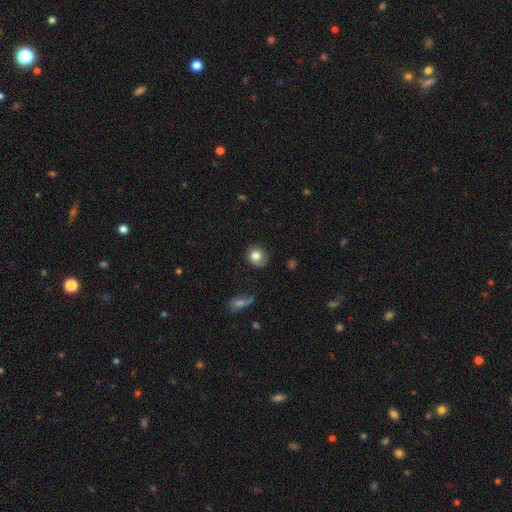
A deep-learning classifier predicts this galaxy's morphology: smooth_or_featured: smooth (p=0.80) [alt: featured or disk p=0.11]
how_rounded: round (p=0.78) [alt: in between p=0.21]
merging: none (p=0.77) [alt: minor disturbance p=0.16]